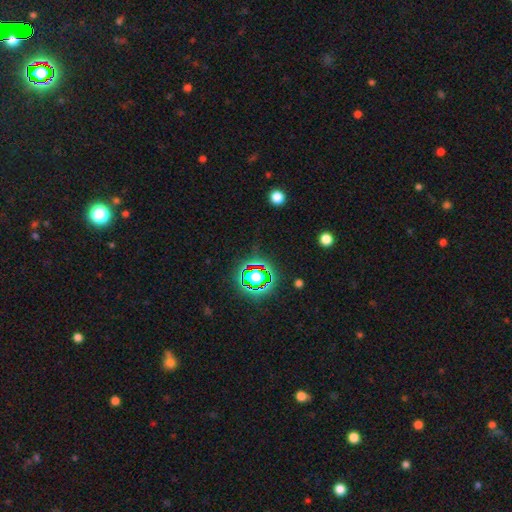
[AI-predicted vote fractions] Smooth or featured: star or artifact — 77% (smooth — 14%)